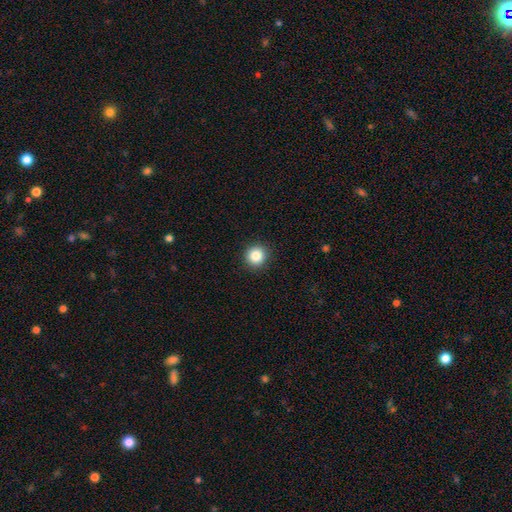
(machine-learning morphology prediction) type=smooth (85%); roundness=round (93%); merging=none (92%).